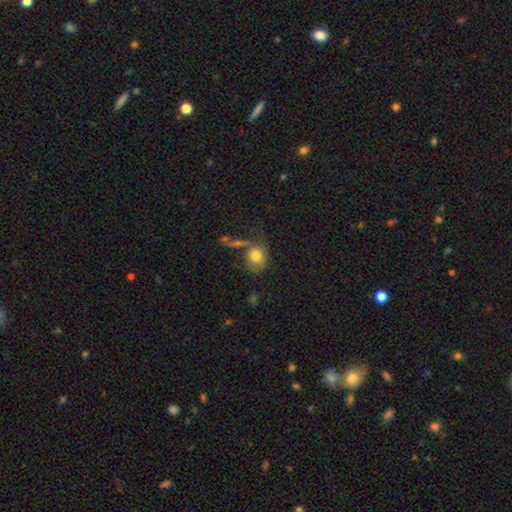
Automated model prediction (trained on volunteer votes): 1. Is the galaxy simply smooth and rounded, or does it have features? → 78% smooth, 13% featured or disk, 10% star or artifact.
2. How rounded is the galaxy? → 59% round, 39% in between, 2% cigar-shaped.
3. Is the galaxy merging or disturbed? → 51% none, 18% minor disturbance, 18% merger, 13% major disturbance.